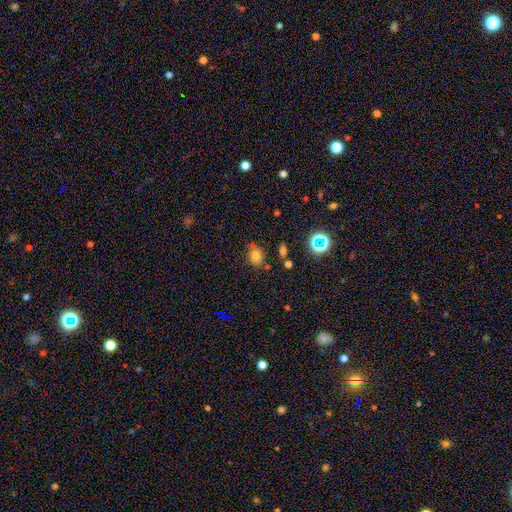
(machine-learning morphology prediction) Smooth or featured? Predicted: smooth (p=0.74). How rounded? Predicted: round (p=0.62). Merging? Predicted: none (p=0.75).